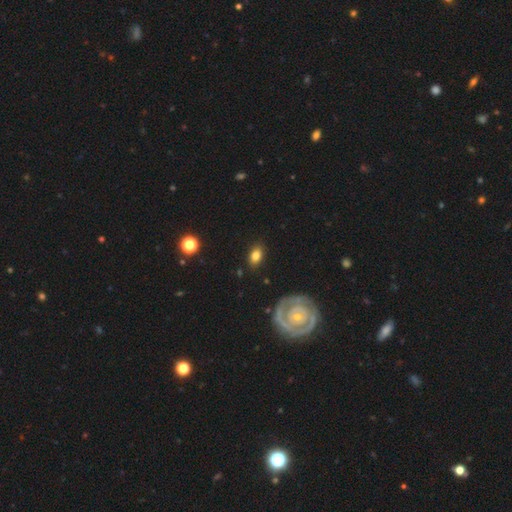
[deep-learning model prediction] Overall: smooth (73%). How rounded: in between (84%). Merging: none (84%).